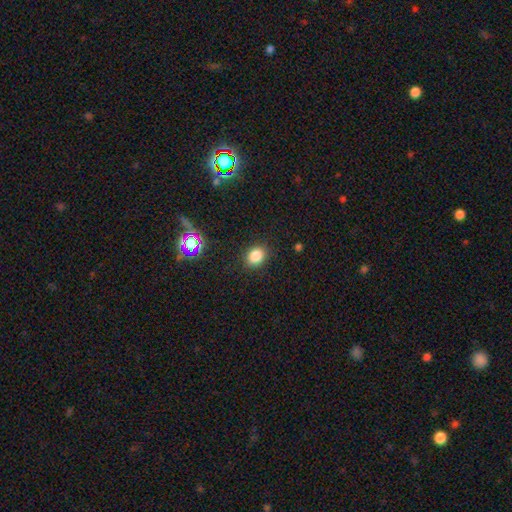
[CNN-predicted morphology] smooth 82%, star or artifact 13%, featured or disk 5%. Down the decision tree: how rounded — in between (53%); merging — none (86%).